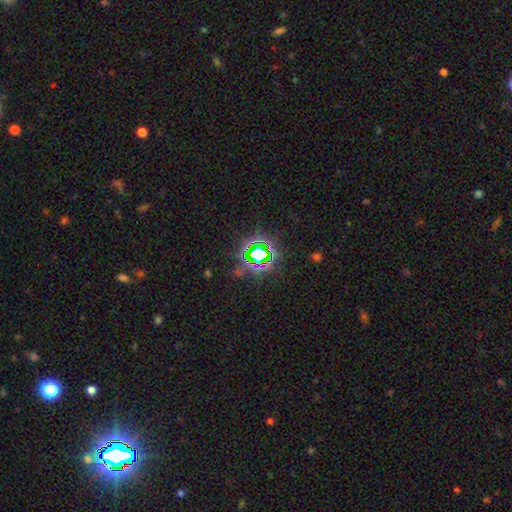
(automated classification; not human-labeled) Smooth or featured? star or artifact (77%)